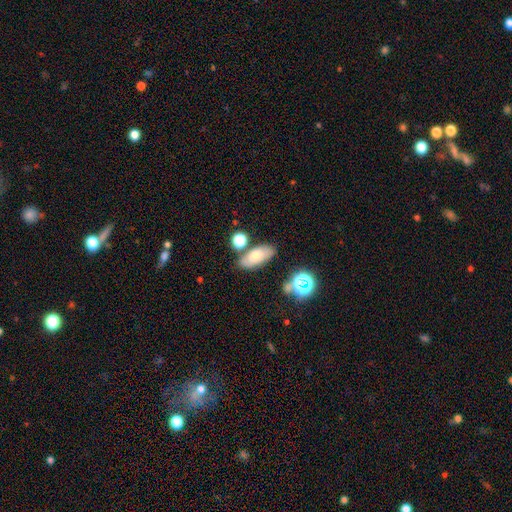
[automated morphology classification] Smooth or featured? smooth (70%)
How rounded? in between (83%)
Merging? none (71%)